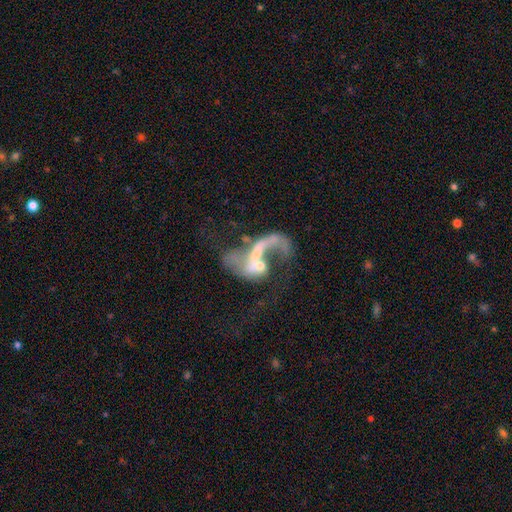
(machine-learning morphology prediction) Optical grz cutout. It shows a featured or disk galaxy (75%) with no bar (60%), spiral arms (66%) and a small central bulge (37%). Merging: major disturbance (39%).